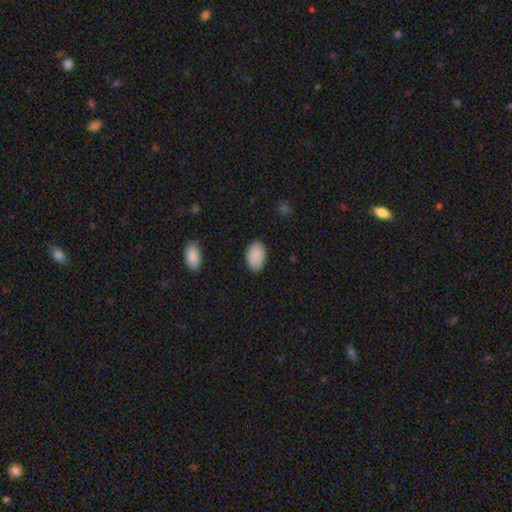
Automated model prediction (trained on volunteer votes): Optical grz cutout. It shows a smooth galaxy with no disk features (89%) that is in between round and cigar-shaped (92%). Merging: none (85%).